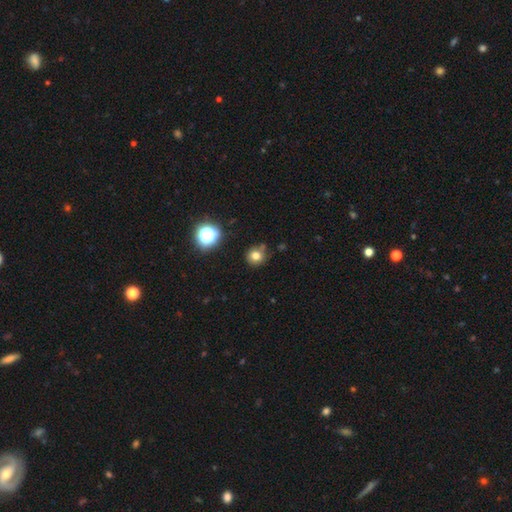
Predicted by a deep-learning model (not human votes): smooth 76%, star or artifact 16%, featured or disk 8%. Down the decision tree: how rounded — round (88%); merging — none (74%).